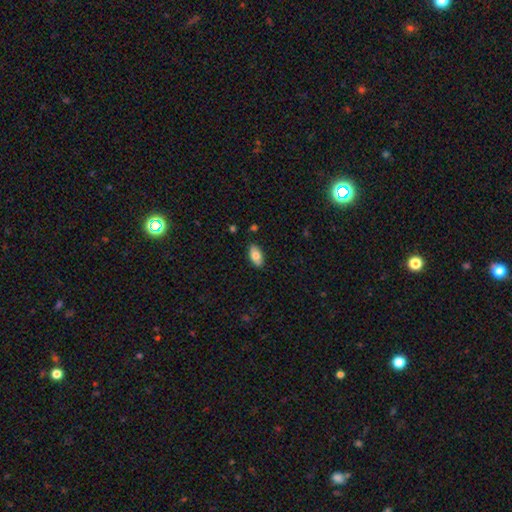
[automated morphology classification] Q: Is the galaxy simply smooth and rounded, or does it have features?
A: smooth — 76%.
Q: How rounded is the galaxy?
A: in between — 93%.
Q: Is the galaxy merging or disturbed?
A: none — 87%.